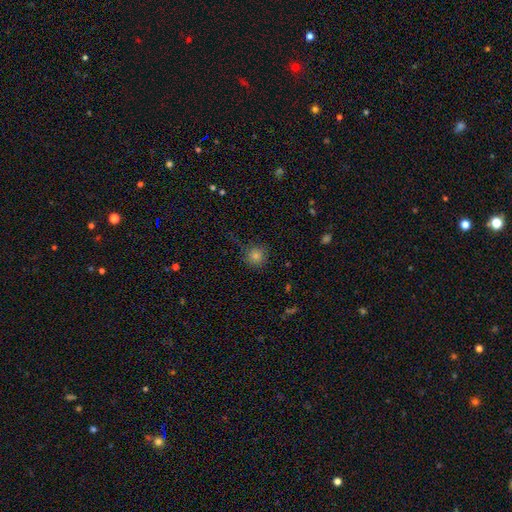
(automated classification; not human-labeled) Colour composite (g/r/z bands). It shows a smooth galaxy with no disk features (75%) that is round (94%). Merging: none (77%).